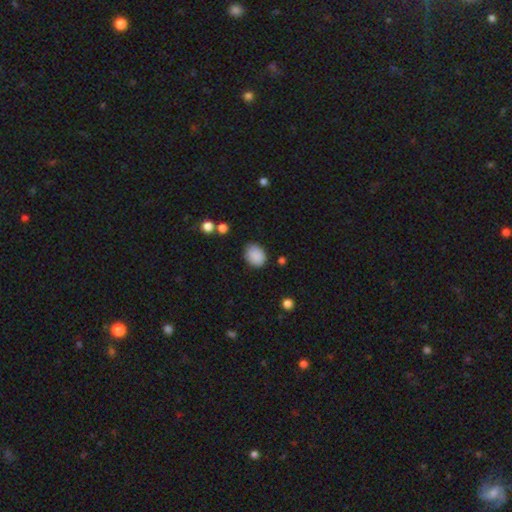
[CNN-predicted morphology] Q: Smooth or featured?
A: smooth (88%); runner-up: star or artifact (8%)
Q: How rounded?
A: in between (63%); runner-up: round (36%)
Q: Merging?
A: none (81%); runner-up: minor disturbance (14%)